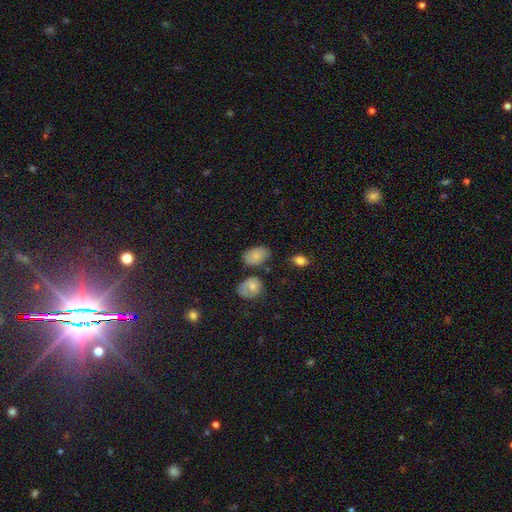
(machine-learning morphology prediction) The model was most divided on "merging": none: 70%, minor disturbance: 18%, merger: 7%, major disturbance: 5%. More confident: how rounded — in between (88%); smooth or featured — smooth (82%).